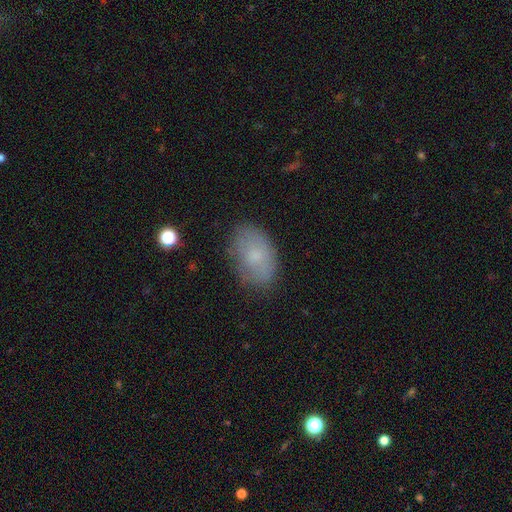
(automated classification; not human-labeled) Overall: smooth (73%). How rounded: in between (90%). Merging: none (76%).